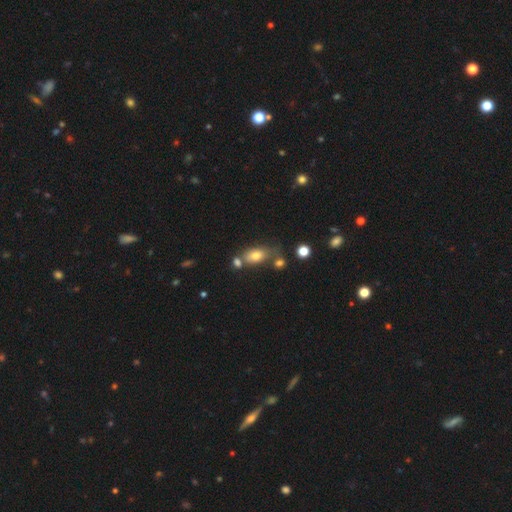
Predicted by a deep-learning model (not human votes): Smooth or featured? Predicted: smooth (p=0.75). How rounded? Predicted: in between (p=0.85). Merging? Predicted: none (p=0.49).